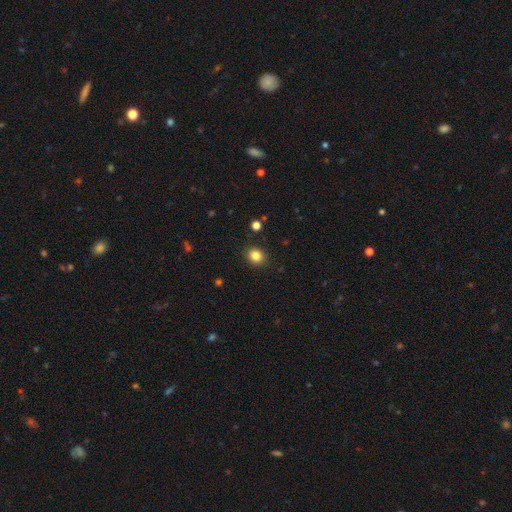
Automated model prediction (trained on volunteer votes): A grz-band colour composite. It shows a smooth galaxy with no disk features (84%) that is round (77%). Merging: none (90%).